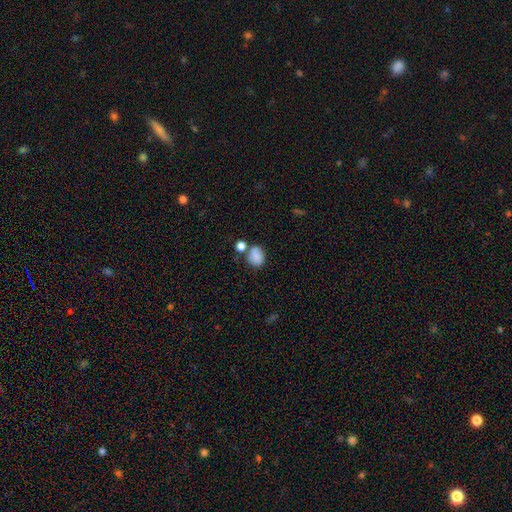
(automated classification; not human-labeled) This is clearly a smooth galaxy (84%). How rounded: likely in between (61%). Merging: possibly none (55%).